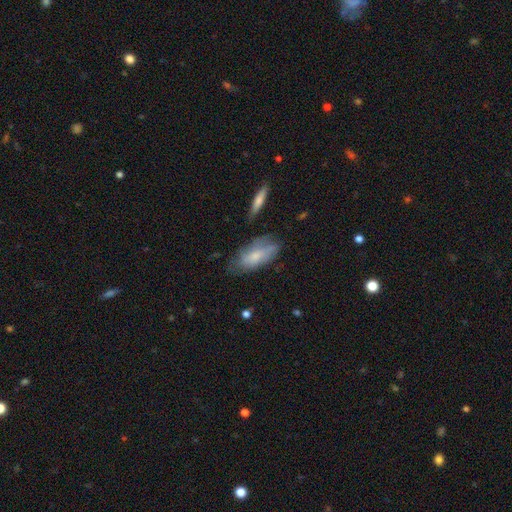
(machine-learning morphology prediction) Smooth or featured?
  - smooth: 63% *
  - featured or disk: 30%
  - star or artifact: 7%
How rounded?
  - in between: 84% *
  - cigar-shaped: 13%
  - round: 3%
Merging?
  - none: 58% *
  - minor disturbance: 28%
  - major disturbance: 10%
  - merger: 4%